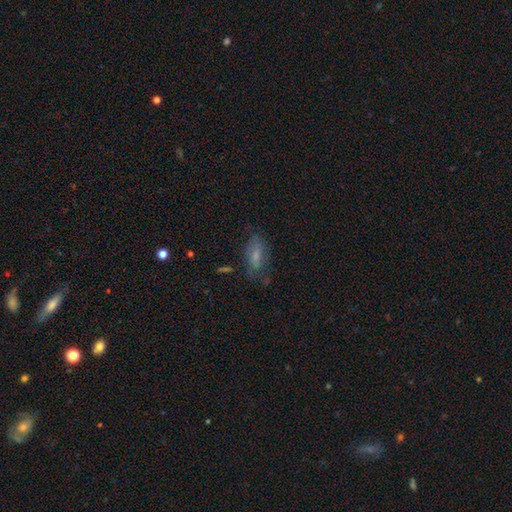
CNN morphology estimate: Smooth or featured? smooth (56%)
How rounded? in between (79%)
Merging? none (62%)